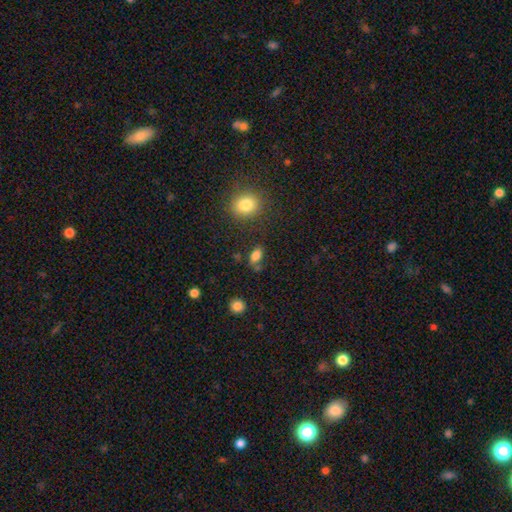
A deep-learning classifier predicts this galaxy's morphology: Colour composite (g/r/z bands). It shows a smooth galaxy with no disk features (82%) that is in between round and cigar-shaped (83%). Merging: none (62%).